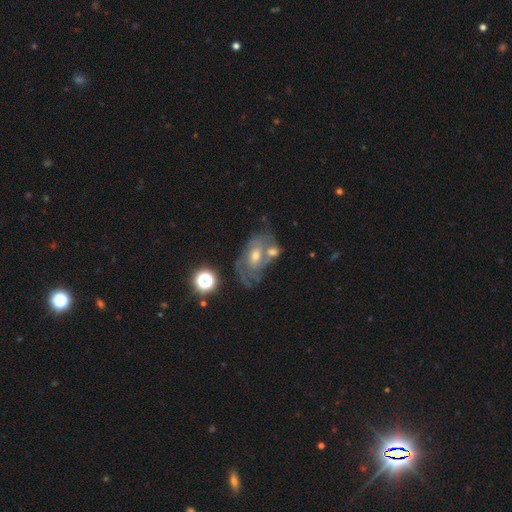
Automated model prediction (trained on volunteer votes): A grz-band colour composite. It shows a featured or disk galaxy (69%) with no bar (59%), tight (52%) spiral arms (79%) and a moderate central bulge (59%). Merging: none (42%).